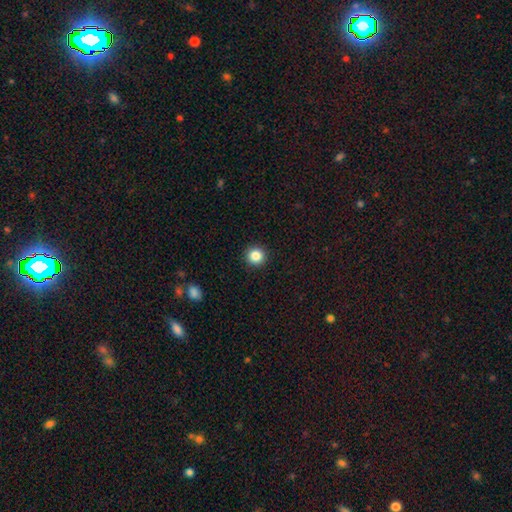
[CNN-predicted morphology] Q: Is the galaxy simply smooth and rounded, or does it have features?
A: smooth — 86%.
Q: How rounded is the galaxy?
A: round — 95%.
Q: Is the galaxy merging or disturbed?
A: none — 93%.